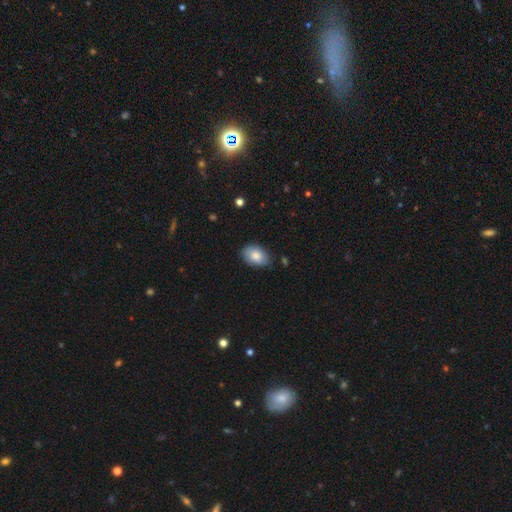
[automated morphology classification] Smooth or featured? Predicted: smooth (p=0.82). How rounded? Predicted: in between (p=0.85). Merging? Predicted: none (p=0.79).